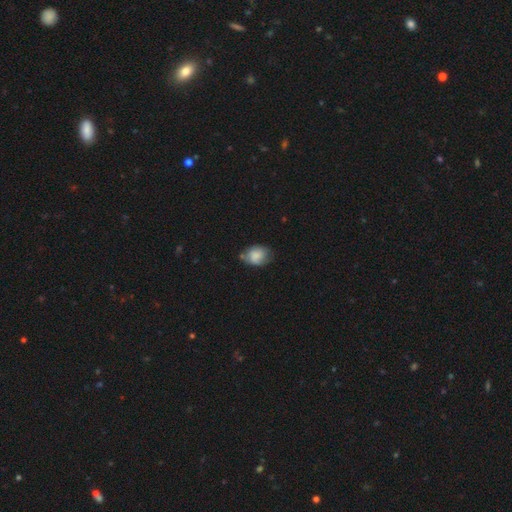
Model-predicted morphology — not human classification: smooth_or_featured: smooth (p=0.73) [alt: featured or disk p=0.19]
how_rounded: in between (p=0.61) [alt: round p=0.38]
merging: none (p=0.54) [alt: minor disturbance p=0.33]